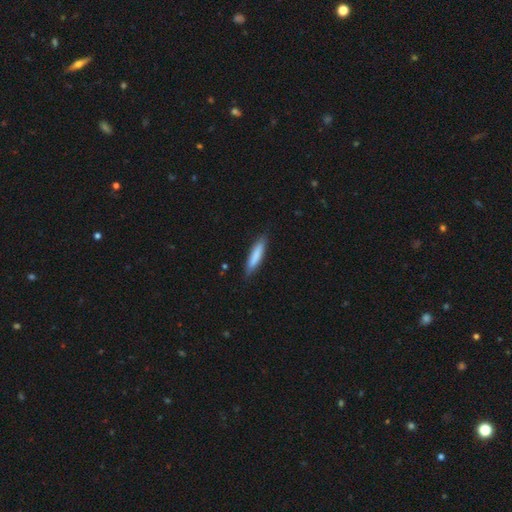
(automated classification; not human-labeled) Q: Smooth or featured?
A: smooth (80%); runner-up: featured or disk (14%)
Q: How rounded?
A: cigar-shaped (84%); runner-up: in between (15%)
Q: Merging?
A: none (84%); runner-up: minor disturbance (12%)